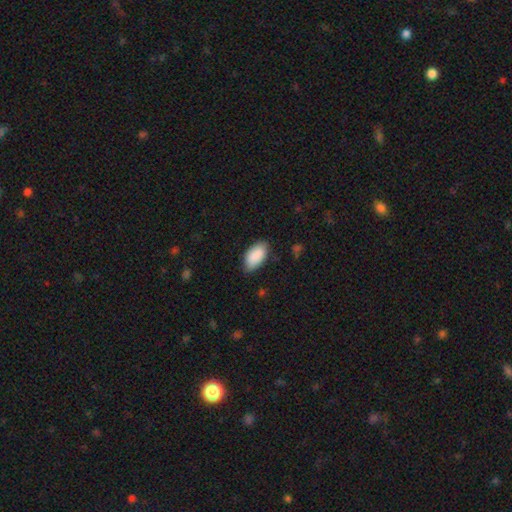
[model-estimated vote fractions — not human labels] smooth 89%, star or artifact 6%, featured or disk 5%. Down the decision tree: how rounded — in between (94%); merging — none (76%).